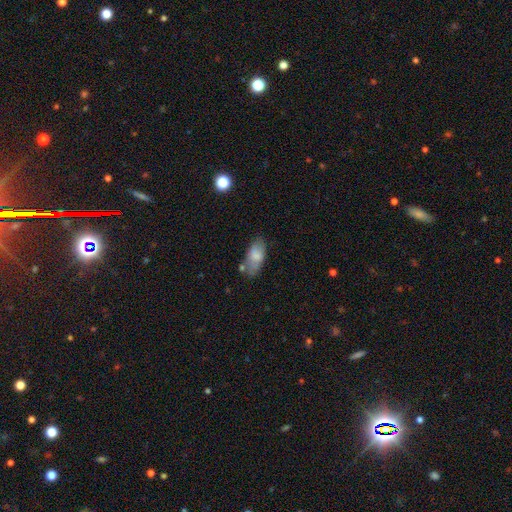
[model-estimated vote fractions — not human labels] A smooth galaxy with no disk features (74%) that is in between round and cigar-shaped (90%). Merging: none (59%).